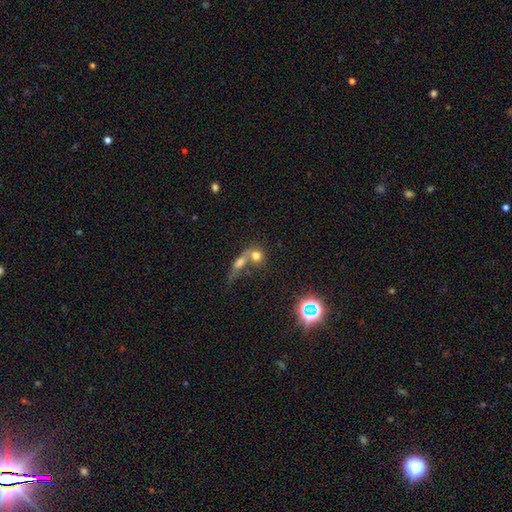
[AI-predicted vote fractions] Overall: smooth (70%). How rounded: round (70%). Merging: merger (53%; none 33%).